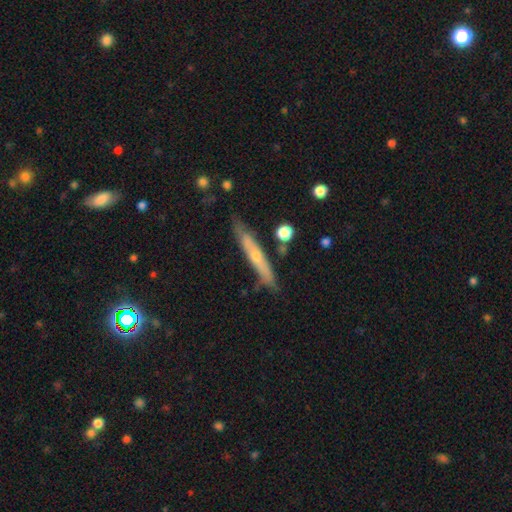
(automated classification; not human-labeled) smooth_or_featured: featured or disk (p=0.55) [alt: smooth p=0.39]
disk_edge_on: yes (p=0.84) [alt: no p=0.16]
merging: none (p=0.76) [alt: minor disturbance p=0.18]